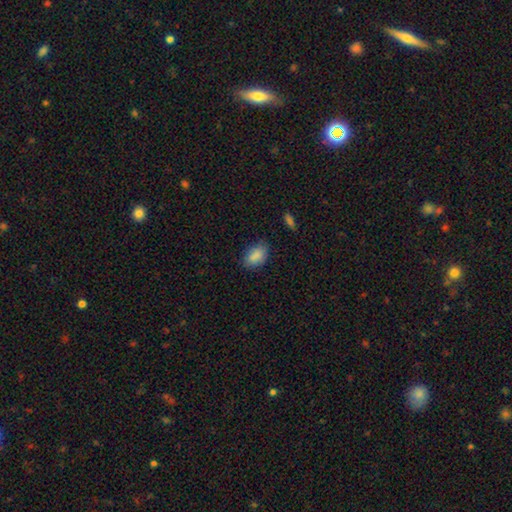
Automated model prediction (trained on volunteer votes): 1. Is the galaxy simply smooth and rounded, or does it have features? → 87% smooth, 8% star or artifact, 5% featured or disk.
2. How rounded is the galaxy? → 88% in between, 10% round, 2% cigar-shaped.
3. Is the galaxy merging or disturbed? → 74% none, 20% minor disturbance, 4% major disturbance, 2% merger.